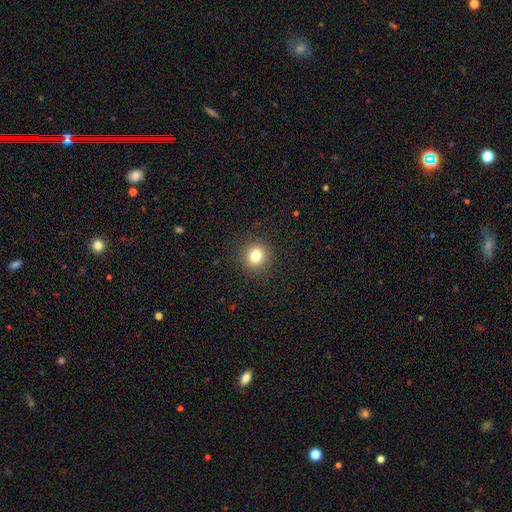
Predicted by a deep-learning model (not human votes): Smooth or featured? Predicted: smooth (p=0.80). How rounded? Predicted: round (p=0.84). Merging? Predicted: none (p=0.91).